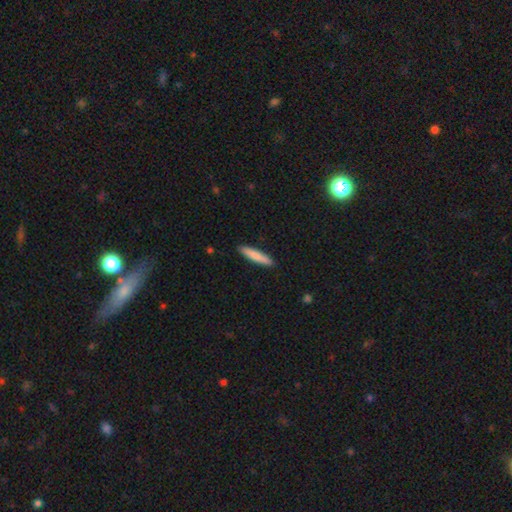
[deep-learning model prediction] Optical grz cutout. It shows a smooth galaxy with no disk features (80%) that is cigar-shaped (90%). Merging: none (91%).